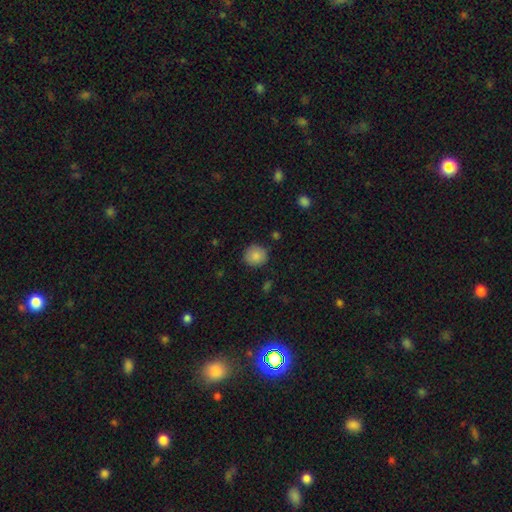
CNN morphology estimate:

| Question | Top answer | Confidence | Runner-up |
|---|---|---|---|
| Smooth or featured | smooth | 87% | star or artifact (8%) |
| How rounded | round | 90% | in between (9%) |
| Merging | none | 86% | minor disturbance (10%) |